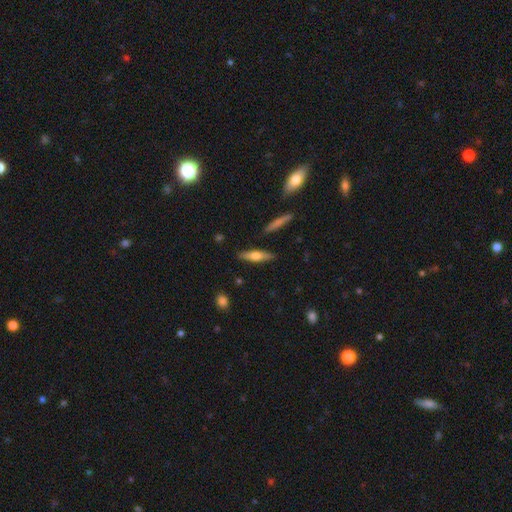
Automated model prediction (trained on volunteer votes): Overall: smooth (52%; featured or disk 41%). How rounded: cigar-shaped (74%). Merging: none (86%).